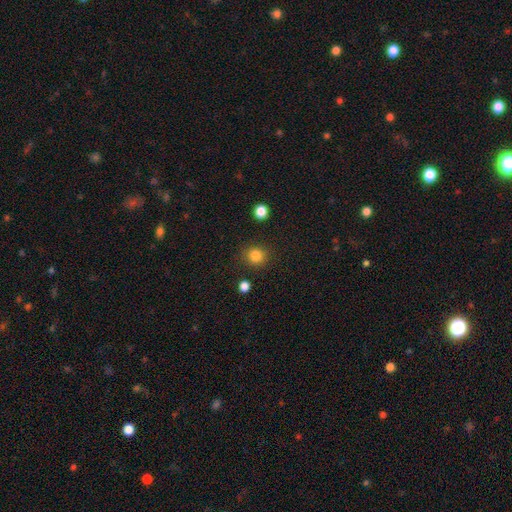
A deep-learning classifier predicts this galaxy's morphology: smooth-or-featured: smooth: 84% | star or artifact: 12% | featured or disk: 4%
  how-rounded: round: 89% | in between: 10% | cigar-shaped: 1%
  merging: none: 87% | minor disturbance: 8% | major disturbance: 3% | merger: 2%